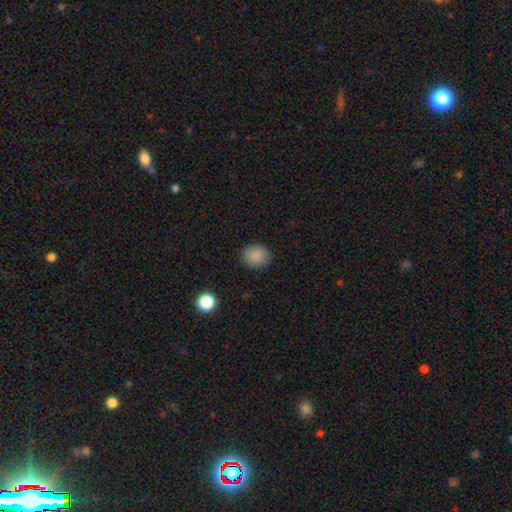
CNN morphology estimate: This is clearly a smooth galaxy (88%). How rounded: likely round (72%). Merging: clearly none (89%).